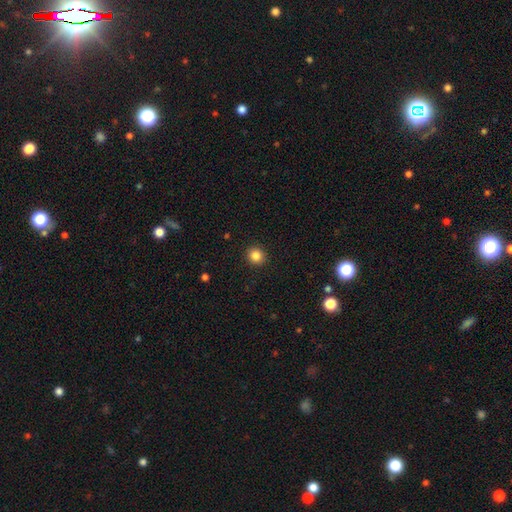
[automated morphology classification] smooth_or_featured: smooth (p=0.85) [alt: star or artifact p=0.11]
how_rounded: round (p=0.90) [alt: in between p=0.09]
merging: none (p=0.93) [alt: minor disturbance p=0.05]